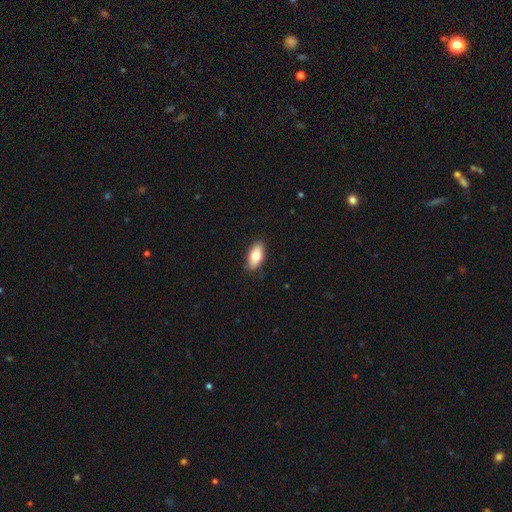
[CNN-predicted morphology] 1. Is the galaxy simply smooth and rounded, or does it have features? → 78% smooth, 16% featured or disk, 7% star or artifact.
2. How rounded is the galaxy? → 88% in between, 8% cigar-shaped, 4% round.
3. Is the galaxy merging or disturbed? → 88% none, 10% minor disturbance, 2% major disturbance, 1% merger.